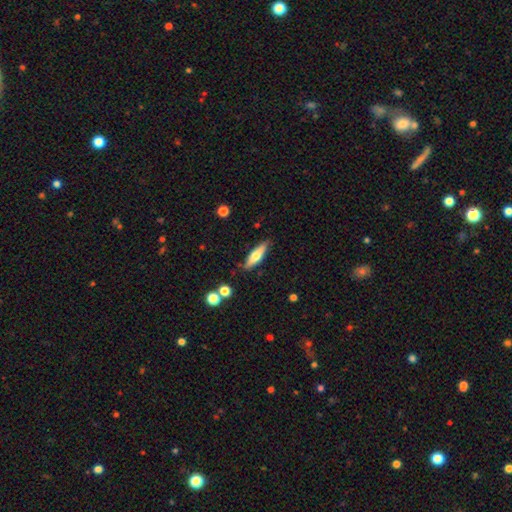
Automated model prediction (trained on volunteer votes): Q: Smooth or featured?
A: smooth (58%); runner-up: featured or disk (36%)
Q: How rounded?
A: cigar-shaped (63%); runner-up: in between (35%)
Q: Merging?
A: none (83%); runner-up: minor disturbance (11%)